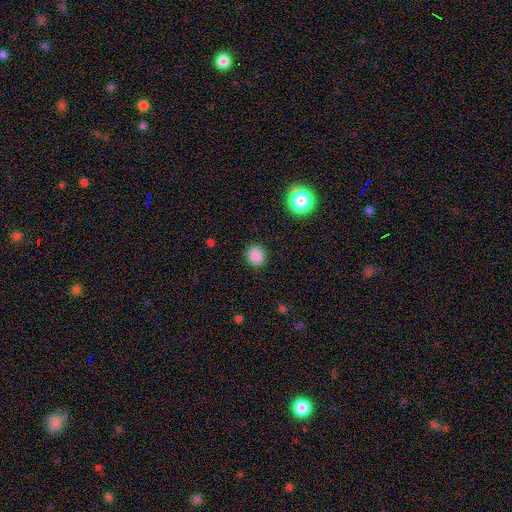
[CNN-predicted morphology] A smooth galaxy with no disk features (86%) that is round (82%).

Vote fractions:
- Smooth or featured? smooth: 86% / star or artifact: 11% / featured or disk: 3%
- How rounded? round: 82% / in between: 17% / cigar-shaped: 1%
- Merging? none: 89% / minor disturbance: 8% / major disturbance: 3% / merger: 1%